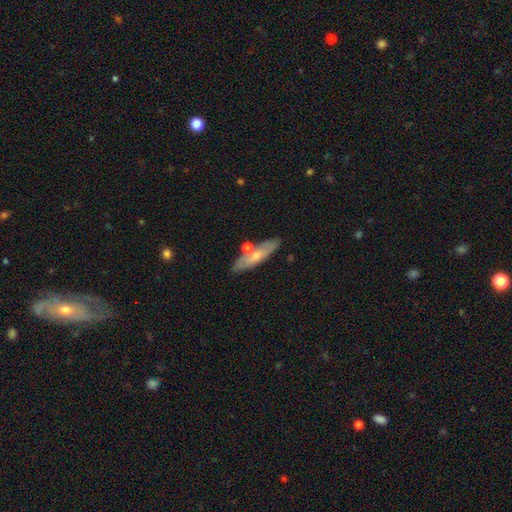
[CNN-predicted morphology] type=smooth (57%); roundness=cigar-shaped (67%); merging=none (73%).